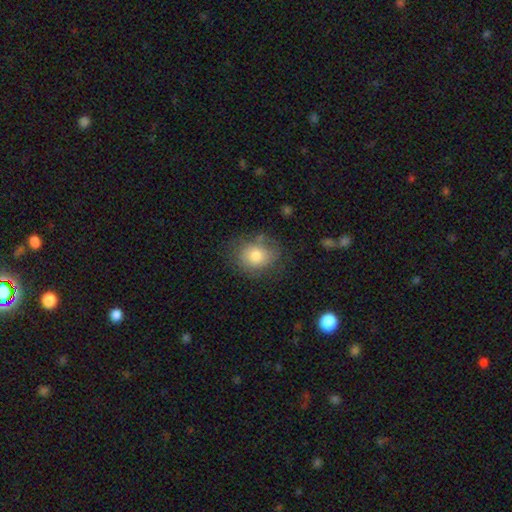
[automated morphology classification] smooth 77%, featured or disk 14%, star or artifact 9%. Down the decision tree: how rounded — round (63%); merging — none (67%).